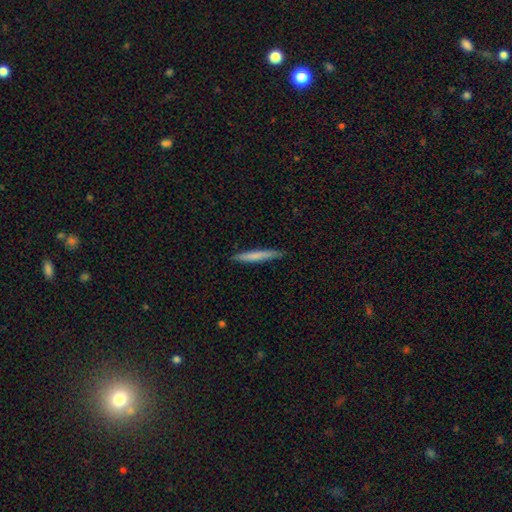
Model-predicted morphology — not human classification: Smooth or featured?
  - smooth: 70% *
  - featured or disk: 24%
  - star or artifact: 6%
How rounded?
  - cigar-shaped: 96% *
  - in between: 3%
  - round: 1%
Merging?
  - none: 89% *
  - minor disturbance: 9%
  - major disturbance: 2%
  - merger: 1%